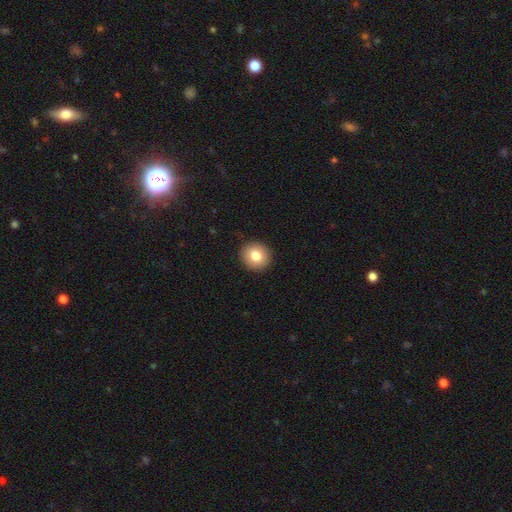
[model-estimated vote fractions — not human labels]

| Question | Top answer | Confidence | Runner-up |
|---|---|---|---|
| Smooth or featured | smooth | 82% | featured or disk (10%) |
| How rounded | round | 91% | in between (8%) |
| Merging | none | 92% | minor disturbance (5%) |